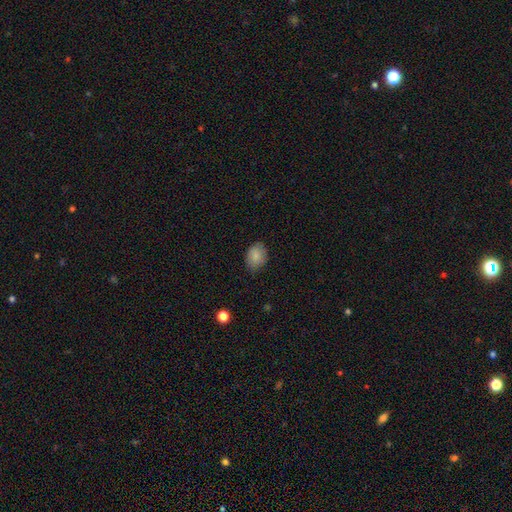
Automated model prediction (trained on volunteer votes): smooth-or-featured: smooth: 86% | star or artifact: 7% | featured or disk: 6%
  how-rounded: in between: 71% | round: 28% | cigar-shaped: 1%
  merging: none: 77% | minor disturbance: 19% | major disturbance: 3% | merger: 1%